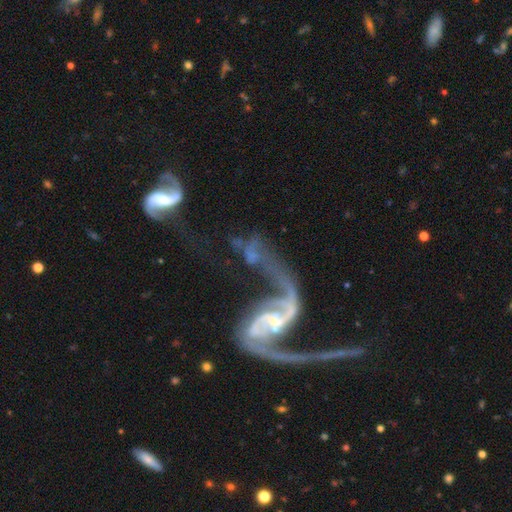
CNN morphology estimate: smooth_or_featured: featured or disk (p=0.86) [alt: star or artifact p=0.07]
disk_edge_on: no (p=0.96) [alt: yes p=0.04]
bar: weak (p=0.41) [alt: no p=0.39]
has_spiral_arms: yes (p=0.92) [alt: no p=0.08]
spiral_winding: loose (p=0.76) [alt: medium p=0.18]
spiral_arm_count: 2 (p=0.87) [alt: 1 p=0.06]
bulge_size: small (p=0.46) [alt: none p=0.24]
merging: merger (p=0.37) [alt: major disturbance p=0.27]